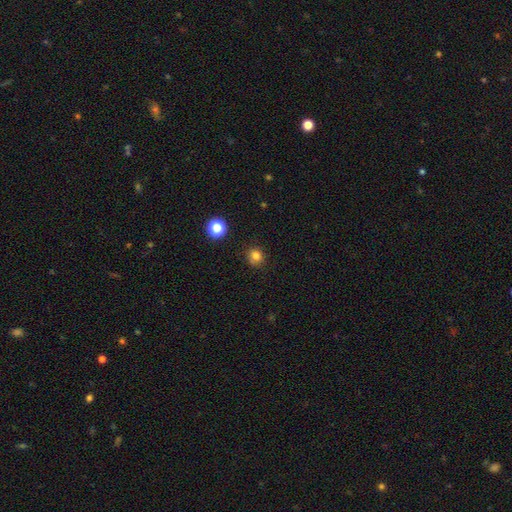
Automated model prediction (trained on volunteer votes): Q: Smooth or featured?
A: smooth (80%); runner-up: star or artifact (14%)
Q: How rounded?
A: round (86%); runner-up: in between (13%)
Q: Merging?
A: none (85%); runner-up: minor disturbance (11%)